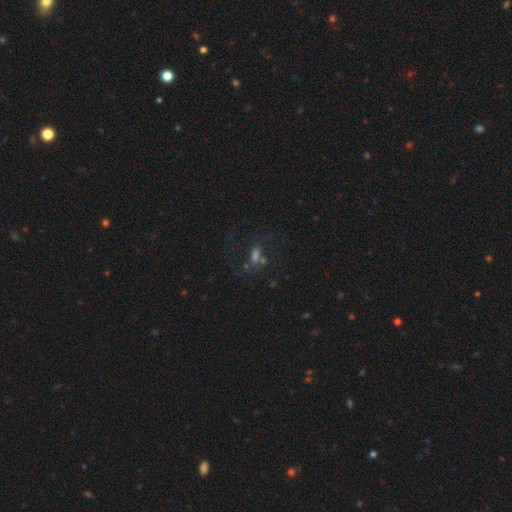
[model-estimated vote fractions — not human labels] This is marginally a smooth galaxy (41%). Merging: possibly none (55%).